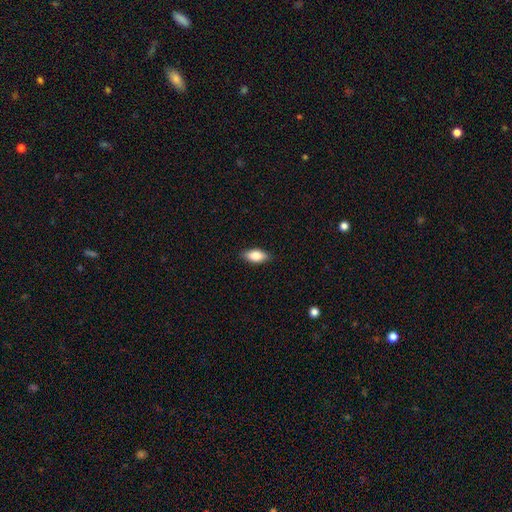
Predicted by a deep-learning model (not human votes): Smooth or featured? Predicted: smooth (p=0.82). How rounded? Predicted: in between (p=0.88). Merging? Predicted: none (p=0.87).